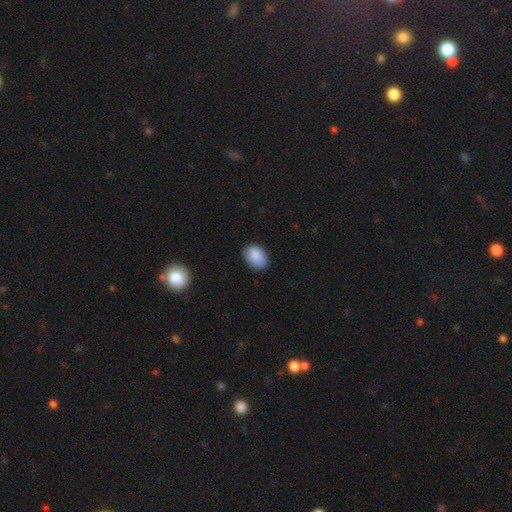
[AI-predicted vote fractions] The model was most divided on "merging": none: 82%, minor disturbance: 15%, major disturbance: 2%, merger: 1%. More confident: smooth or featured — smooth (89%); how rounded — in between (84%).